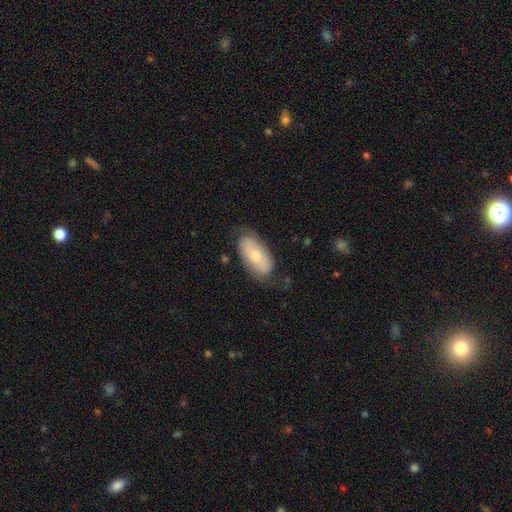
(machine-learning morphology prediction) Smooth or featured?
  - smooth: 63% *
  - featured or disk: 31%
  - star or artifact: 6%
How rounded?
  - in between: 93% *
  - cigar-shaped: 4%
  - round: 3%
Merging?
  - none: 69% *
  - minor disturbance: 22%
  - major disturbance: 7%
  - merger: 1%